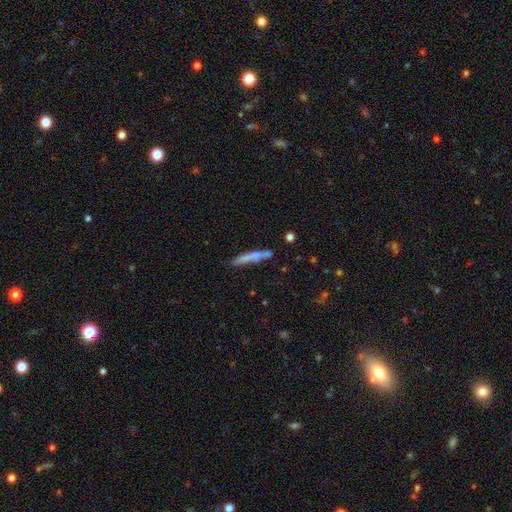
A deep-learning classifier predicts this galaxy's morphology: A smooth galaxy with no disk features (58%) that is cigar-shaped (93%).

Vote fractions:
- Smooth or featured? smooth: 58% / featured or disk: 33% / star or artifact: 9%
- How rounded? cigar-shaped: 93% / in between: 5% / round: 2%
- Merging? none: 72% / minor disturbance: 16% / merger: 8% / major disturbance: 4%